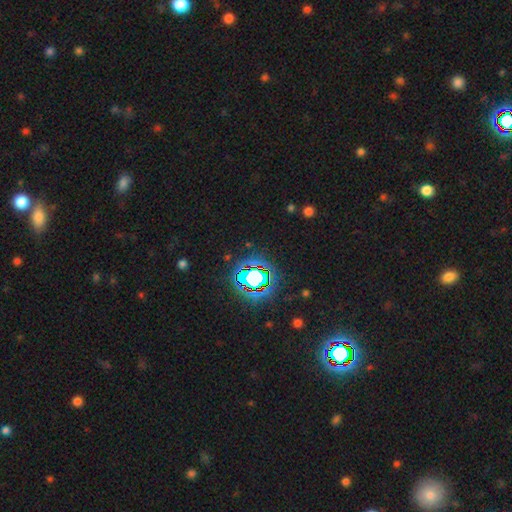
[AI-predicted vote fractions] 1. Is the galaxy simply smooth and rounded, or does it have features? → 82% star or artifact, 11% smooth, 7% featured or disk.